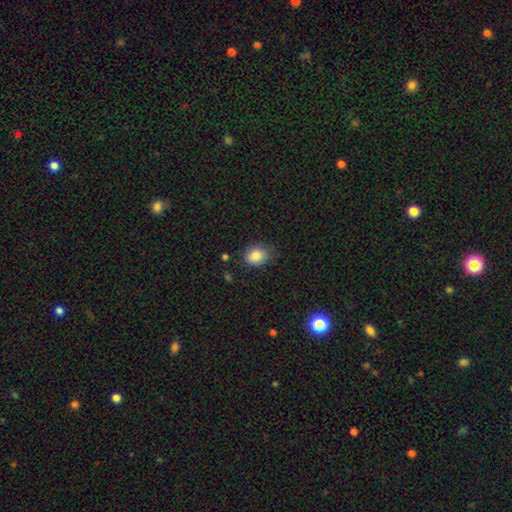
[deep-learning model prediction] This is clearly a smooth galaxy (86%). How rounded: possibly in between (54%). Merging: likely none (68%).